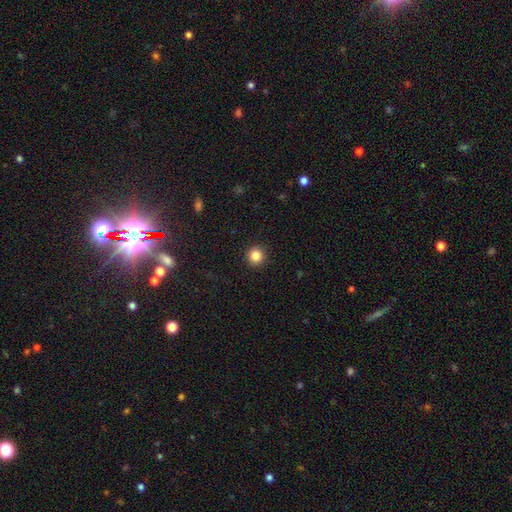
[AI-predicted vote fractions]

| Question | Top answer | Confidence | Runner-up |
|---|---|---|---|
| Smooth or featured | smooth | 85% | star or artifact (11%) |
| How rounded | round | 94% | in between (5%) |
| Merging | none | 93% | minor disturbance (5%) |